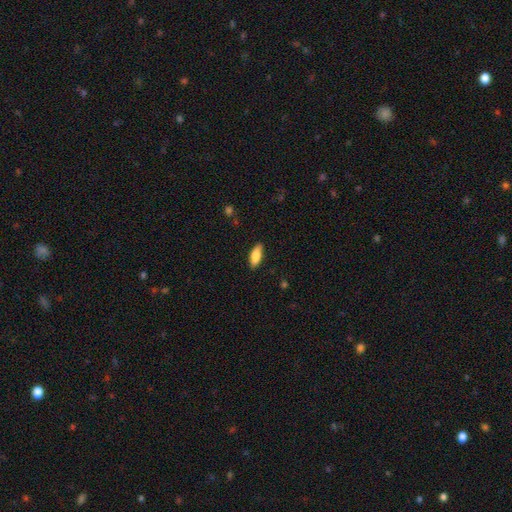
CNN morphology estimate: Q: Smooth or featured?
A: smooth (81%); runner-up: featured or disk (13%)
Q: How rounded?
A: in between (72%); runner-up: cigar-shaped (26%)
Q: Merging?
A: none (86%); runner-up: minor disturbance (11%)